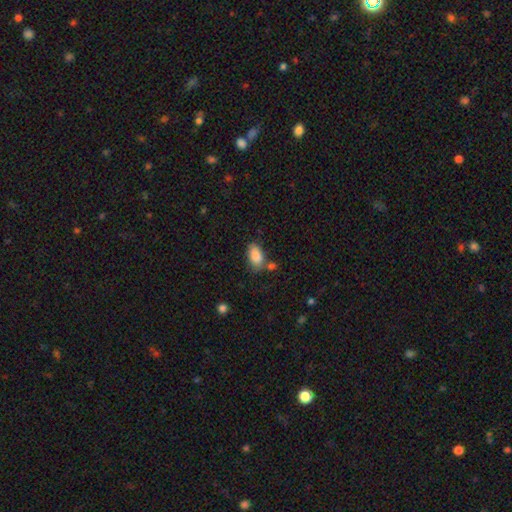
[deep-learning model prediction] The model was most divided on "merging": none: 64%, minor disturbance: 17%, merger: 13%, major disturbance: 5%. More confident: how rounded — in between (93%); smooth or featured — smooth (87%).